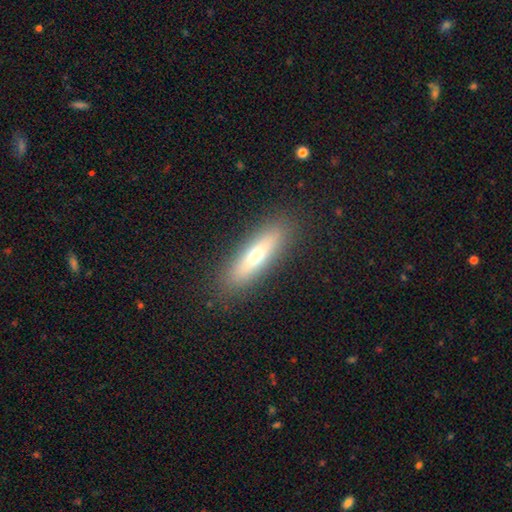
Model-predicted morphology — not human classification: Smooth or featured? smooth (55%)
How rounded? cigar-shaped (72%)
Merging? none (90%)